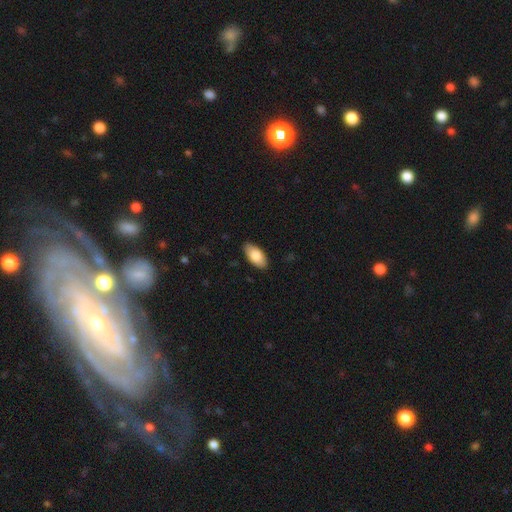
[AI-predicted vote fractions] The model was most divided on "smooth or featured": smooth: 85%, featured or disk: 10%, star or artifact: 6%. More confident: how rounded — in between (94%); merging — none (87%).